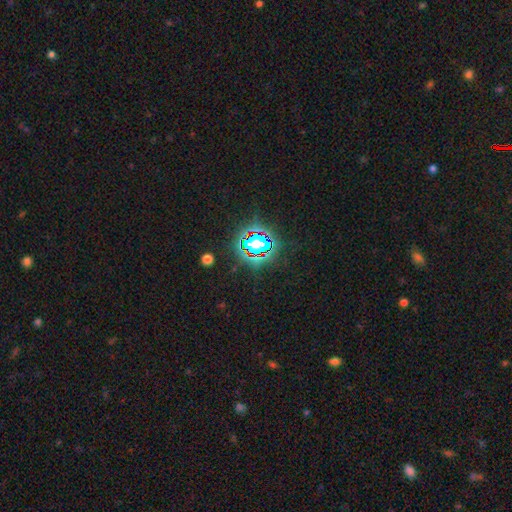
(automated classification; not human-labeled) This is likely a star or artifact rather than a galaxy (78%).